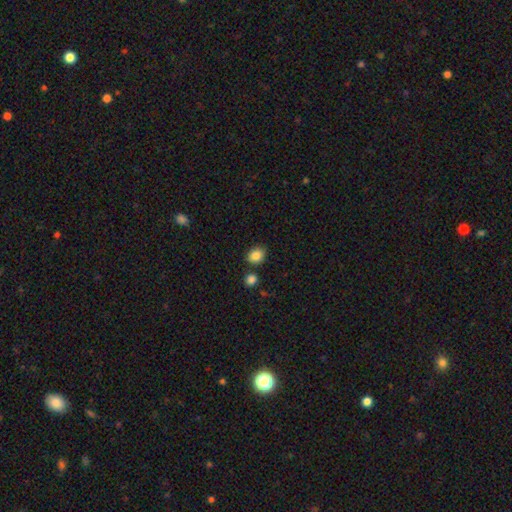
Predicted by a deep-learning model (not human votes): This appears to be a smooth galaxy with no disk features (86%) that is round (52%). Merging: none (79%).